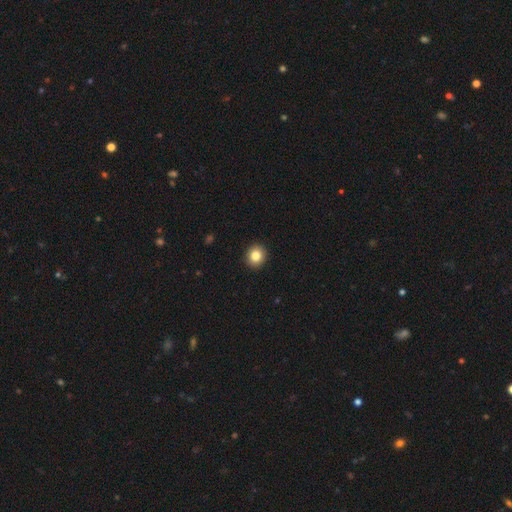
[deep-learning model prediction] Morphology: type=smooth (84%); roundness=round (84%); merging=none (92%).